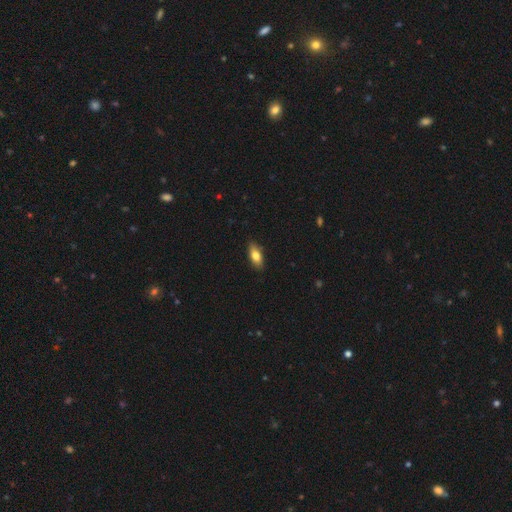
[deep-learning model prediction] Q: Smooth or featured?
A: smooth (77%); runner-up: featured or disk (17%)
Q: How rounded?
A: in between (83%); runner-up: cigar-shaped (13%)
Q: Merging?
A: none (86%); runner-up: minor disturbance (11%)